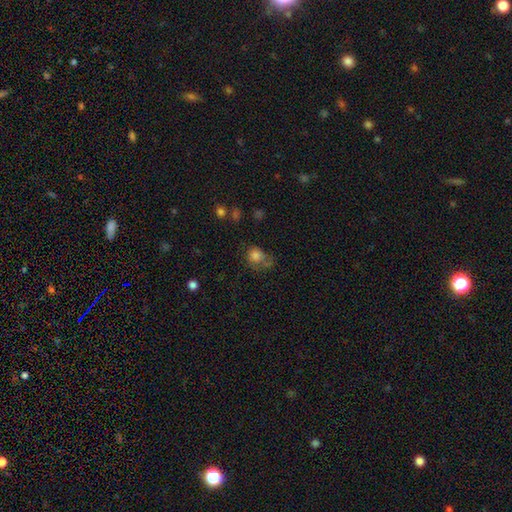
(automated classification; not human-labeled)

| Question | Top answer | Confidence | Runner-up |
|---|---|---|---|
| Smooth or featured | smooth | 79% | star or artifact (11%) |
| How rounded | round | 72% | in between (27%) |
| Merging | none | 43% | minor disturbance (26%) |